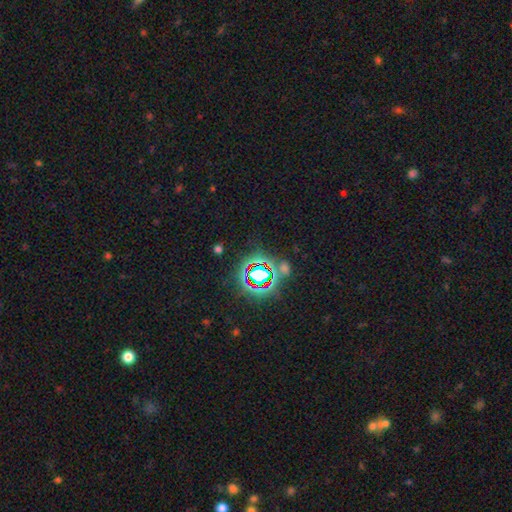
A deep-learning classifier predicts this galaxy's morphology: Smooth or featured? star or artifact (77%)